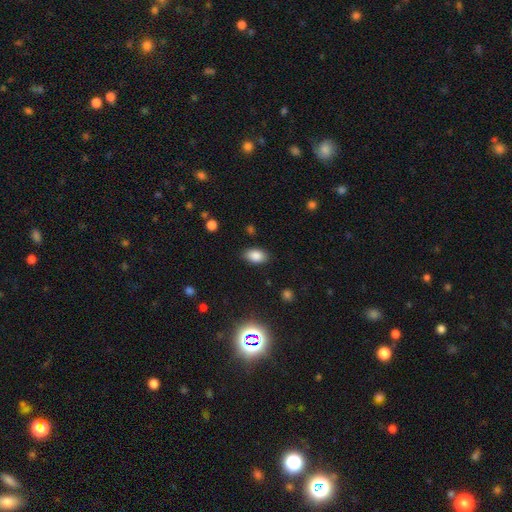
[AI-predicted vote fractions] Smooth or featured? smooth (85%)
How rounded? in between (90%)
Merging? none (86%)